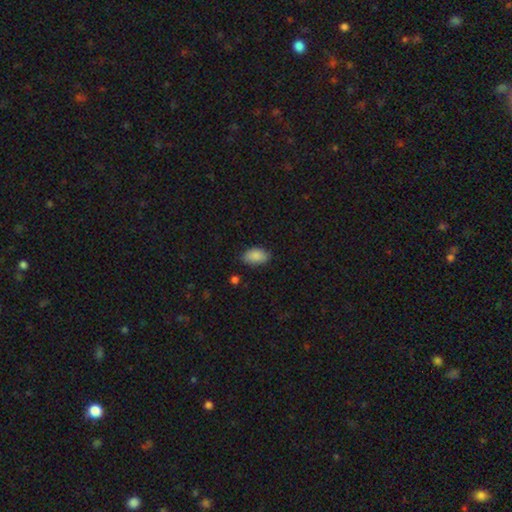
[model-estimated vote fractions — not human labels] smooth 87%, star or artifact 7%, featured or disk 6%. Down the decision tree: how rounded — in between (91%); merging — none (76%).